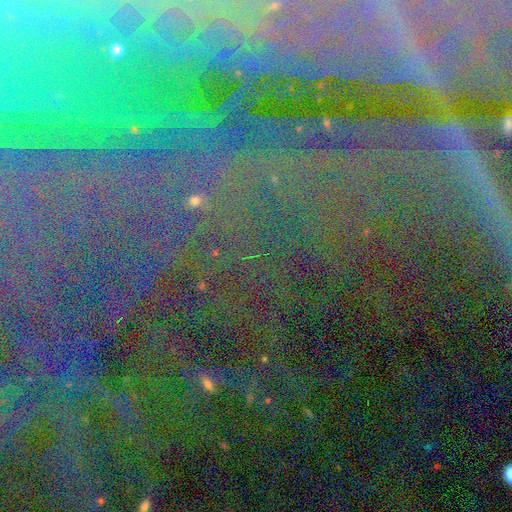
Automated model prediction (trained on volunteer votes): star or artifact 82%, featured or disk 10%, smooth 8%.